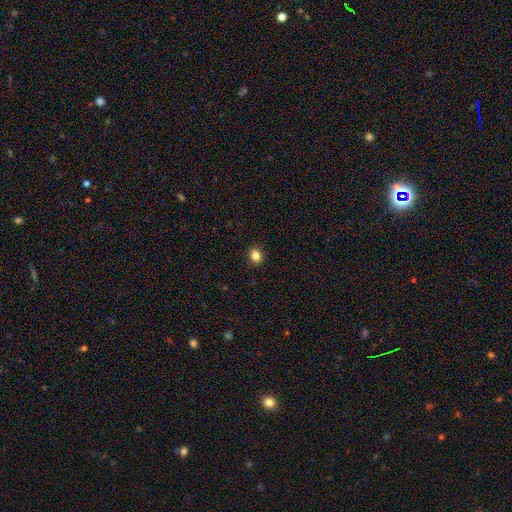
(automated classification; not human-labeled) This is clearly a smooth galaxy (84%). How rounded: likely round (76%). Merging: clearly none (91%).